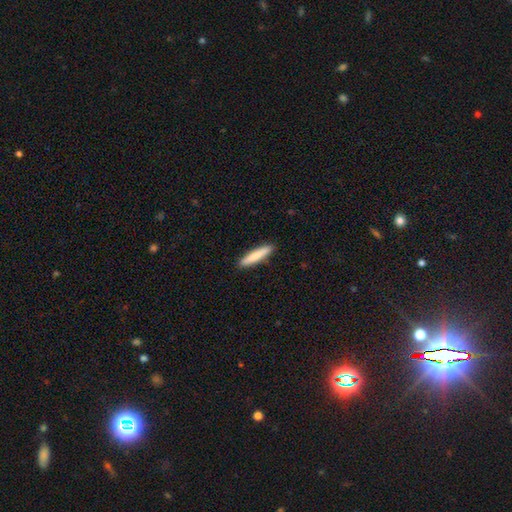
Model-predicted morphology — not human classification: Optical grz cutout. It shows a smooth galaxy with no disk features (81%) that is cigar-shaped (89%). Merging: none (90%).